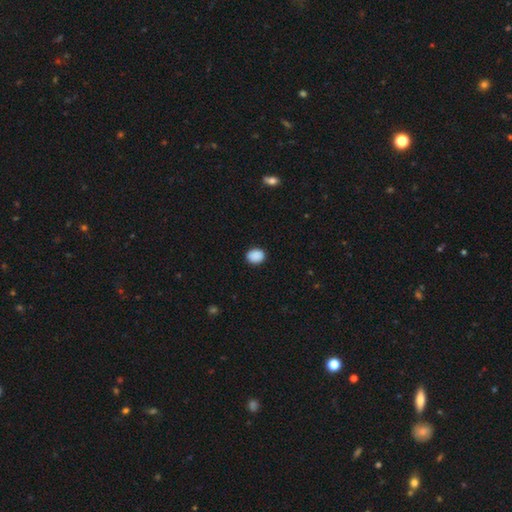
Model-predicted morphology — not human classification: This appears to be a smooth galaxy with no disk features (90%) that is in between round and cigar-shaped (52%). Merging: none (88%).